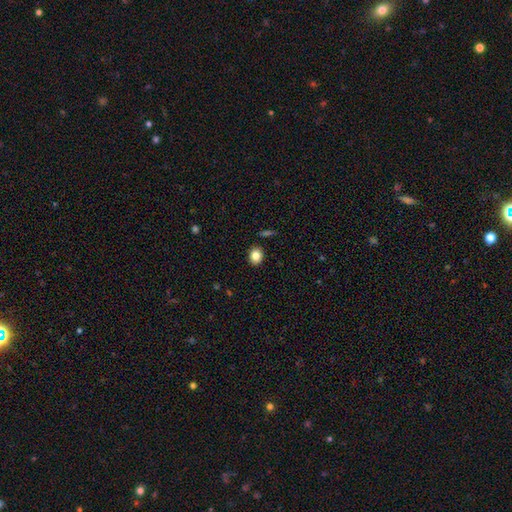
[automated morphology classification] This is clearly a smooth galaxy (83%). How rounded: possibly round (56%). Merging: clearly none (89%).